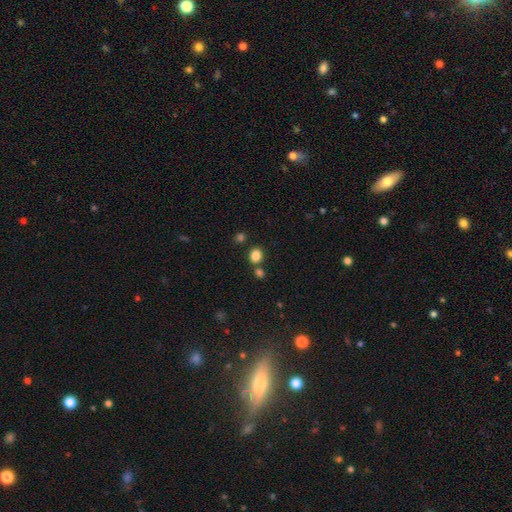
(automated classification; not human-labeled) Smooth or featured: smooth — 84% (star or artifact — 12%)
How rounded: round — 64% (in between — 35%)
Merging: none — 73% (merger — 15%)